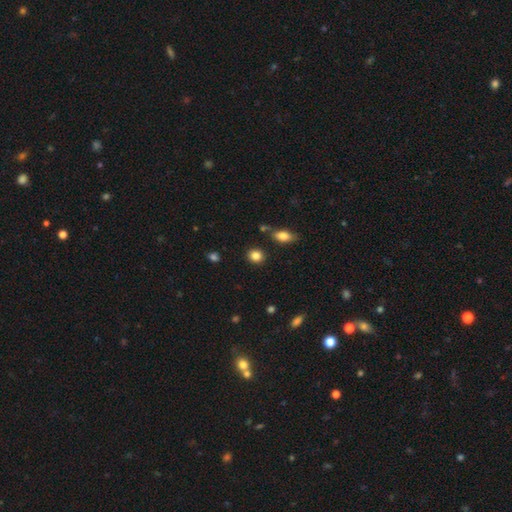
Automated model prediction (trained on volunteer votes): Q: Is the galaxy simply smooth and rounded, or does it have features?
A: smooth — 85%.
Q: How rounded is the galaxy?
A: round — 78%.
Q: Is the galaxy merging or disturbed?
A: none — 87%.